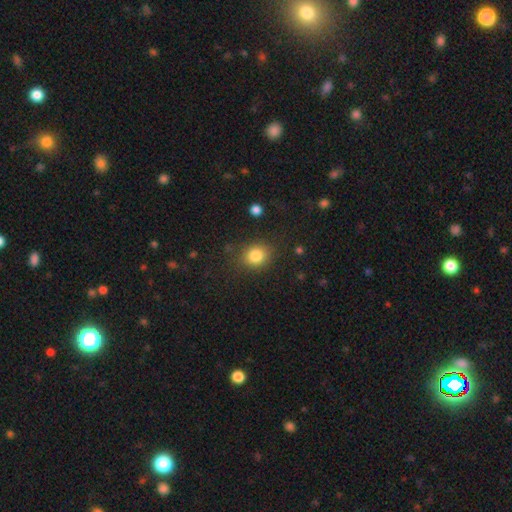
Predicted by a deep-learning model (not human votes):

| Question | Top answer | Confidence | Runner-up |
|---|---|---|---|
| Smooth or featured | smooth | 83% | star or artifact (11%) |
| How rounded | round | 67% | in between (32%) |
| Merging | none | 82% | minor disturbance (12%) |